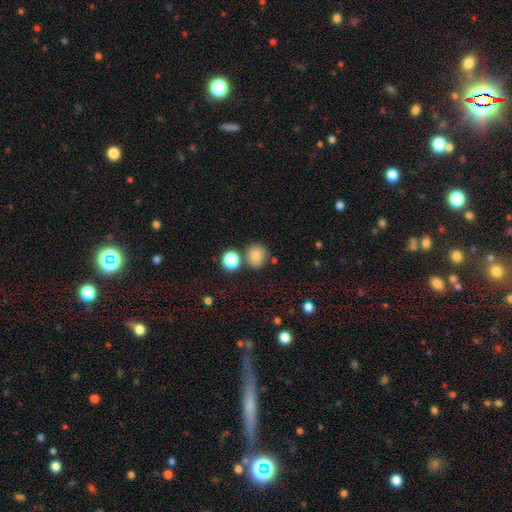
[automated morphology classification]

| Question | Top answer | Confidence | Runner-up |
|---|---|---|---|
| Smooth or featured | smooth | 79% | star or artifact (13%) |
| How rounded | round | 85% | in between (14%) |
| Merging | none | 73% | merger (14%) |